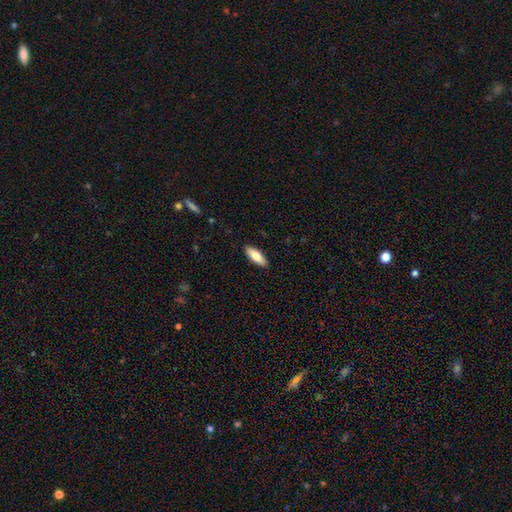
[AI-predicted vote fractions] smooth-or-featured: smooth: 78% | featured or disk: 16% | star or artifact: 6%
  how-rounded: in between: 64% | cigar-shaped: 35% | round: 2%
  merging: none: 90% | minor disturbance: 7% | major disturbance: 2% | merger: 1%